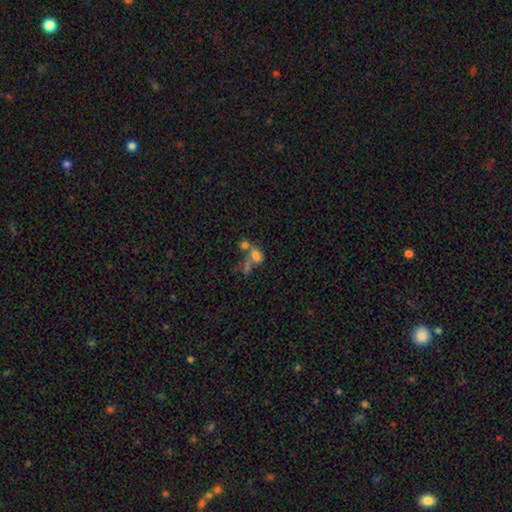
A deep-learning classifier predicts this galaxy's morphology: Q: Smooth or featured?
A: smooth (63%); runner-up: featured or disk (21%)
Q: How rounded?
A: in between (78%); runner-up: round (17%)
Q: Merging?
A: merger (54%); runner-up: none (22%)